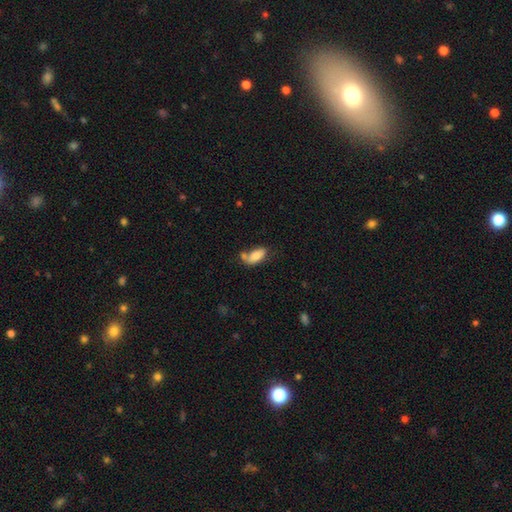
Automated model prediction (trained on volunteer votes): smooth-or-featured: smooth: 77% | featured or disk: 15% | star or artifact: 7%
  how-rounded: in between: 87% | cigar-shaped: 10% | round: 3%
  merging: none: 45% | merger: 26% | minor disturbance: 21% | major disturbance: 8%